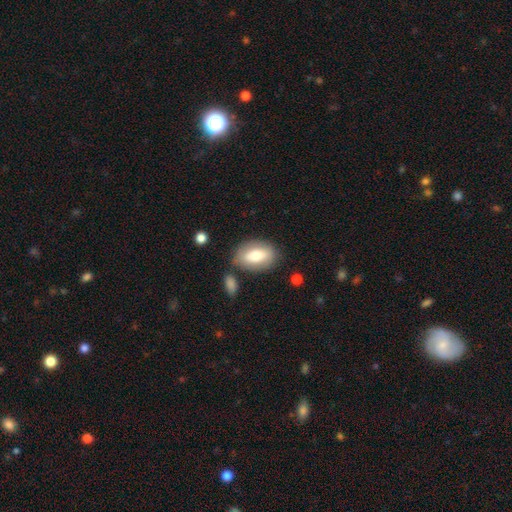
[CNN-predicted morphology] Smooth or featured? Predicted: smooth (p=0.69). How rounded? Predicted: in between (p=0.88). Merging? Predicted: none (p=0.72).